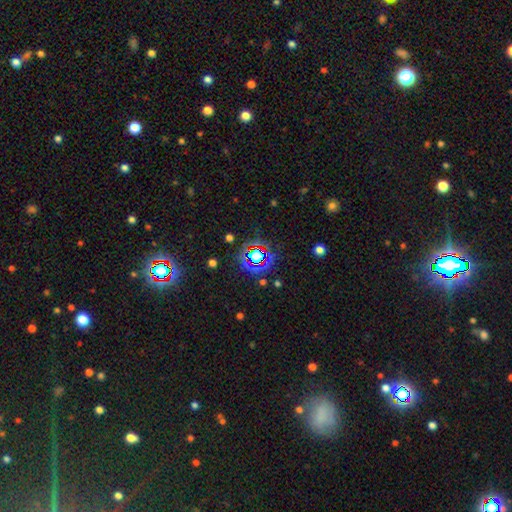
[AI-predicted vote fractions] A star or artifact, not a galaxy (69%).

Vote fractions:
- Smooth or featured? star or artifact: 69% / smooth: 20% / featured or disk: 11%